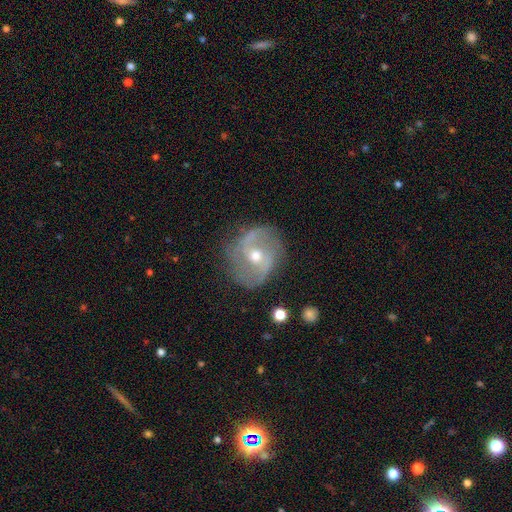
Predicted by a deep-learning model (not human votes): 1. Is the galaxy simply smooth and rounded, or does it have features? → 84% featured or disk, 9% smooth, 7% star or artifact.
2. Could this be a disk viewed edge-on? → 97% no, 3% yes.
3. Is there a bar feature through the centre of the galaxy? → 42% weak, 36% no, 22% strong.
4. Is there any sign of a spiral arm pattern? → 92% yes, 8% no.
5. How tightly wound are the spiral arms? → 43% medium, 39% loose, 18% tight.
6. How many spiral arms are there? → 87% 2, 6% can't tell, 3% 3, 2% 1, 1% 4, 1% more than 4.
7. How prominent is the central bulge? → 66% moderate, 30% small, 3% large, 1% none, 1% dominant.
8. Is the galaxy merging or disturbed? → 80% none, 14% minor disturbance, 5% major disturbance, 2% merger.